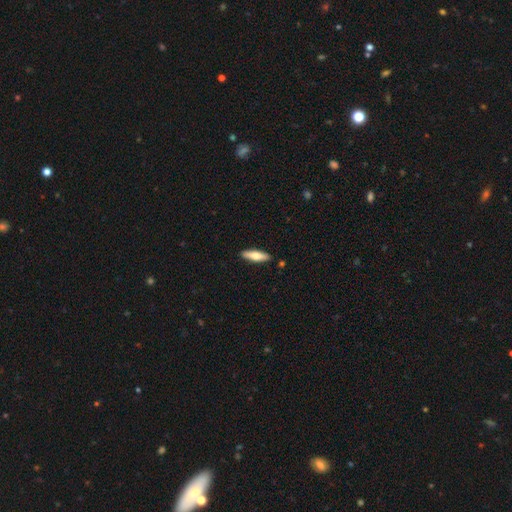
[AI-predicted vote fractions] The model was most divided on "smooth or featured": smooth: 60%, featured or disk: 35%, star or artifact: 5%. More confident: merging — none (89%); how rounded — cigar-shaped (62%).